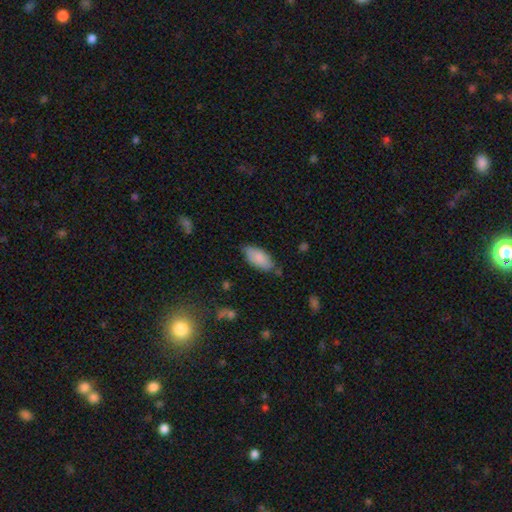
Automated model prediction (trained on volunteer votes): smooth 83%, featured or disk 11%, star or artifact 7%. Down the decision tree: how rounded — in between (89%); merging — none (76%).